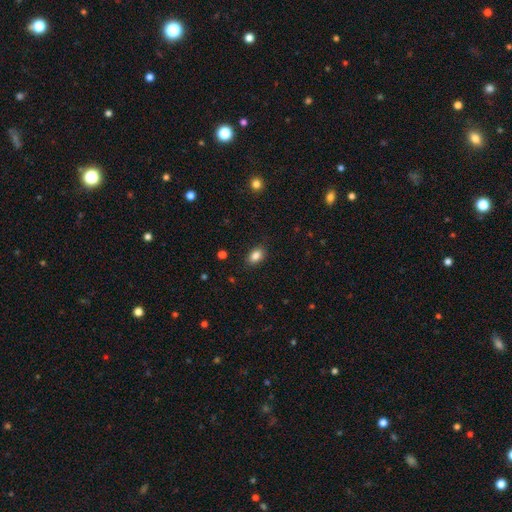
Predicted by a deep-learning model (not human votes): smooth-or-featured: smooth: 86% | star or artifact: 9% | featured or disk: 5%
  how-rounded: in between: 83% | round: 15% | cigar-shaped: 2%
  merging: none: 86% | minor disturbance: 10% | major disturbance: 3% | merger: 1%